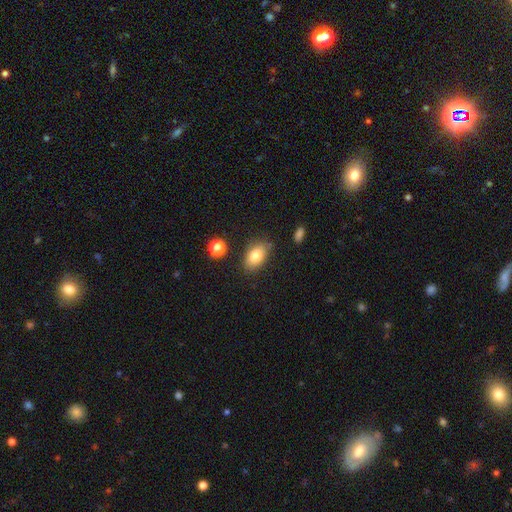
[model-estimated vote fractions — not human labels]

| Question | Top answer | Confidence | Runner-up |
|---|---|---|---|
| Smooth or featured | smooth | 81% | featured or disk (11%) |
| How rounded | in between | 88% | round (10%) |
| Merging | none | 81% | minor disturbance (13%) |